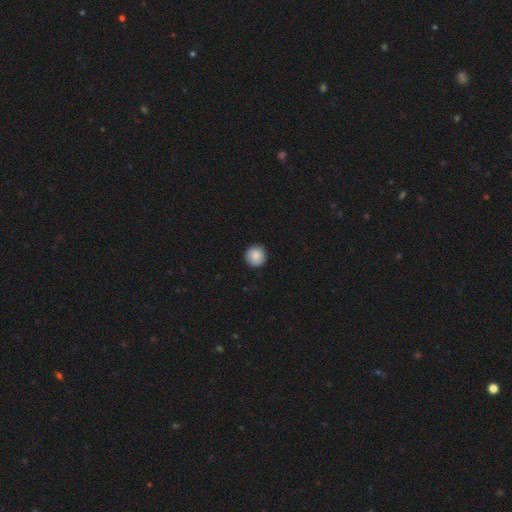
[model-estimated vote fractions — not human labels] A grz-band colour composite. It shows a smooth galaxy with no disk features (88%) that is round (94%). Merging: none (90%).